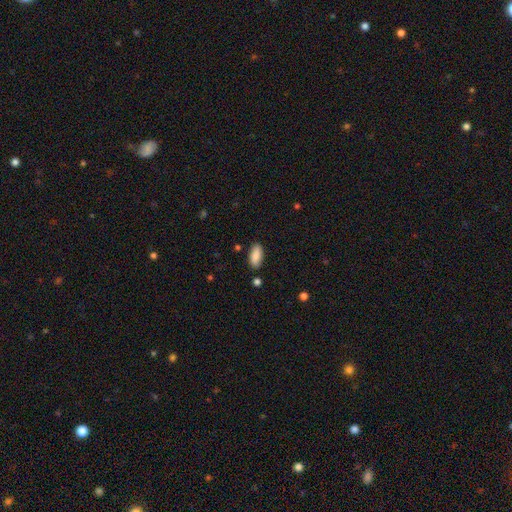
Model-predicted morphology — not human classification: Smooth or featured?
  - smooth: 88% *
  - star or artifact: 7%
  - featured or disk: 5%
How rounded?
  - in between: 87% *
  - cigar-shaped: 11%
  - round: 2%
Merging?
  - none: 84% *
  - minor disturbance: 11%
  - merger: 2%
  - major disturbance: 2%